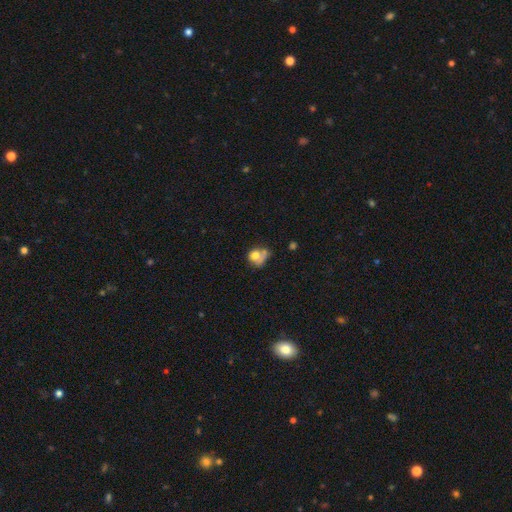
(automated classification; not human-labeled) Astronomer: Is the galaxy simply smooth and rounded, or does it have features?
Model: smooth — 68%.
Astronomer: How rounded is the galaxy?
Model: round — 63%.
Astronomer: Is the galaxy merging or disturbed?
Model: none — 30% (runner-up: merger, 29%).